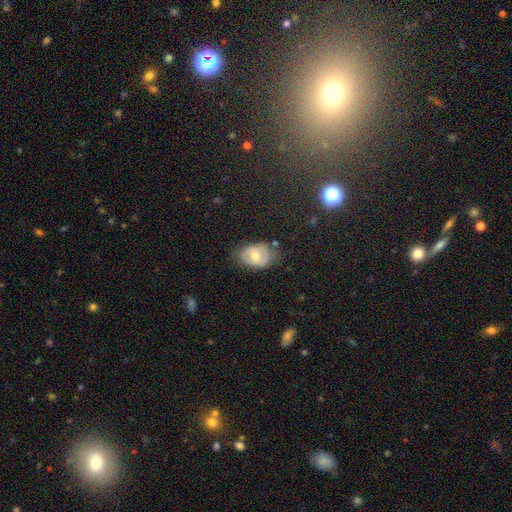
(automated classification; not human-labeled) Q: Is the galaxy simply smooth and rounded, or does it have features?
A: smooth — 53%.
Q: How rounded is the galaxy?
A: in between — 78%.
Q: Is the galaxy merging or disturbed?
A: none — 63%.